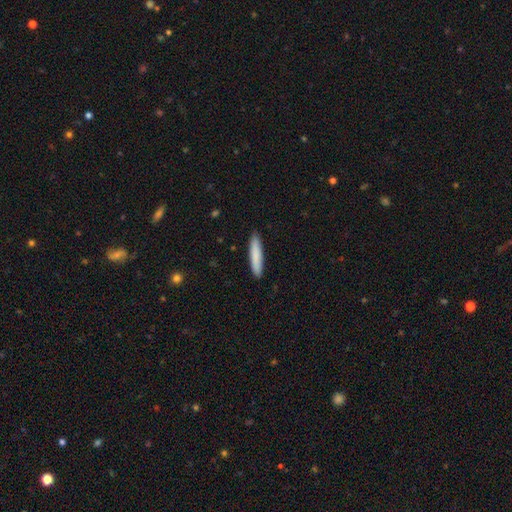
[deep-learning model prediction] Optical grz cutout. It shows a smooth galaxy with no disk features (84%) that is cigar-shaped (90%). Merging: none (90%).